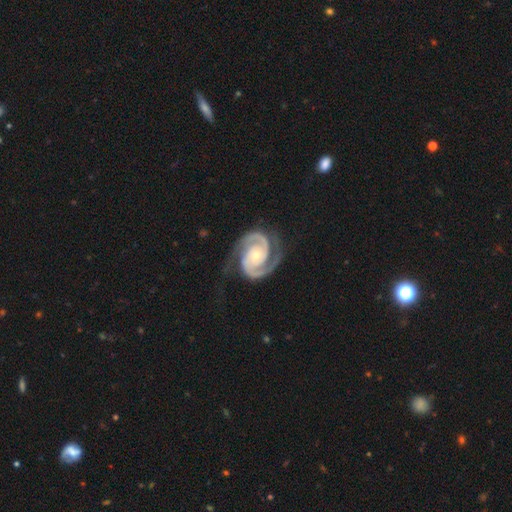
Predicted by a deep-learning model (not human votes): A featured or disk galaxy (94%) with no bar (68%), 2 (94%) tight (56%) spiral arms (99%) and a small central bulge (50%).

Vote fractions:
- Smooth or featured? featured or disk: 94% / star or artifact: 4% / smooth: 3%
- Edge-on disk? no: 98% / yes: 2%
- Bar? no: 68% / weak: 22% / strong: 10%
- Spiral arms? yes: 99% / no: 1%
- Spiral winding? tight: 56% / medium: 39% / loose: 5%
- Spiral arm count? 2: 94% / 3: 2% / can't tell: 1% / 1: 1% / 4: 1% / more than 4: 1%
- Bulge size? small: 50% / moderate: 44% / large: 3% / none: 2% / dominant: 1%
- Merging? none: 78% / minor disturbance: 15% / major disturbance: 6% / merger: 1%